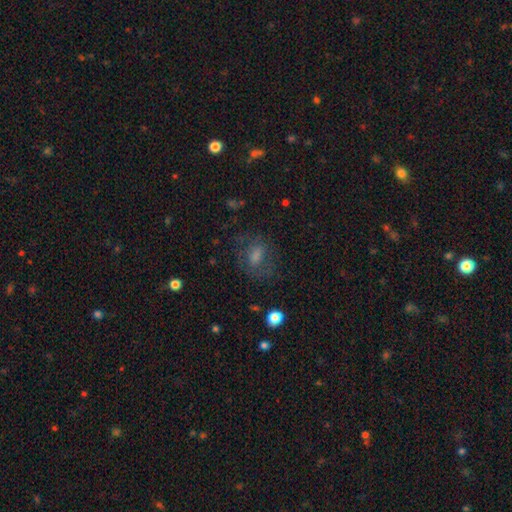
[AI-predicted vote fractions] Smooth or featured? smooth (46%)
Merging? none (68%)